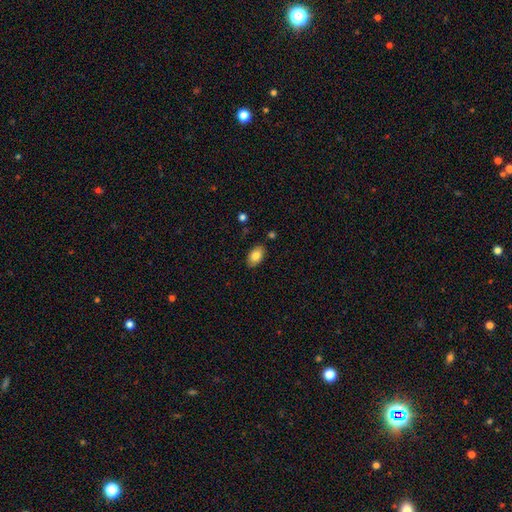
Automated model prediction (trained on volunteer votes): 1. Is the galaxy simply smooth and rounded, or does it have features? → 81% smooth, 12% featured or disk, 7% star or artifact.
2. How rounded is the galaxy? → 93% in between, 6% round, 2% cigar-shaped.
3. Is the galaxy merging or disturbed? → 85% none, 11% minor disturbance, 2% major disturbance, 2% merger.